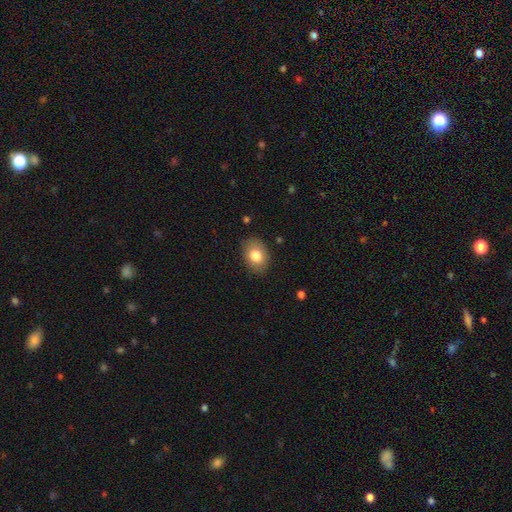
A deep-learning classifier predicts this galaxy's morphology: A smooth galaxy with no disk features (80%) that is in between round and cigar-shaped (69%).

Vote fractions:
- Smooth or featured? smooth: 80% / featured or disk: 12% / star or artifact: 8%
- How rounded? in between: 69% / round: 30% / cigar-shaped: 1%
- Merging? none: 84% / minor disturbance: 12% / major disturbance: 3% / merger: 1%